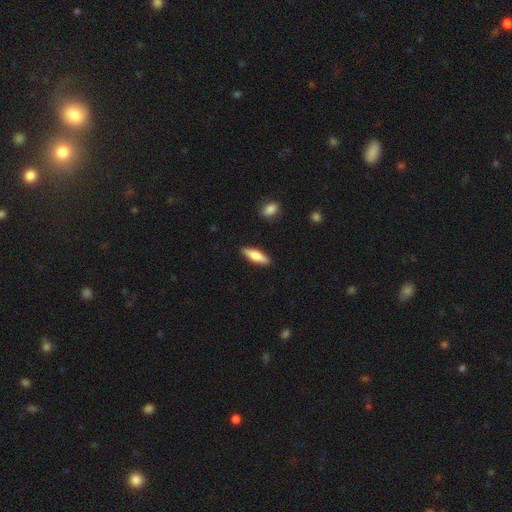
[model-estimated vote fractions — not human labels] The model was most divided on "how rounded": cigar-shaped: 57%, in between: 41%, round: 2%. More confident: merging — none (89%); smooth or featured — smooth (69%).